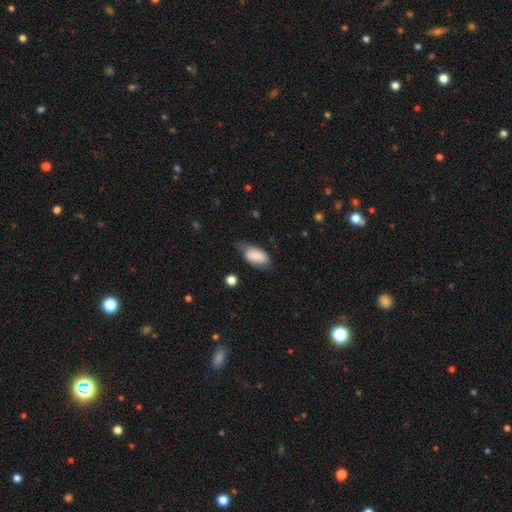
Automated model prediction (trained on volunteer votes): Overall: smooth (79%). How rounded: in between (91%). Merging: none (51%; minor disturbance 36%).